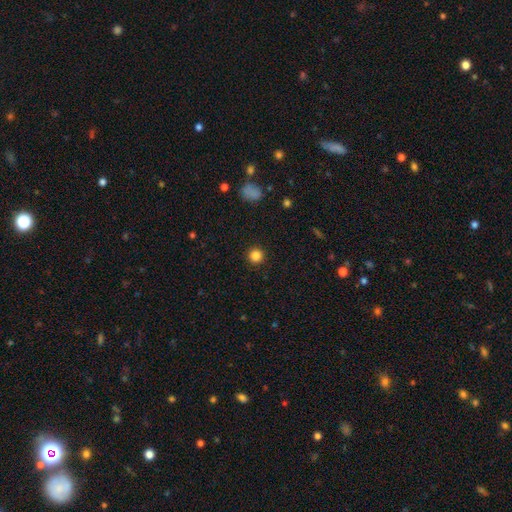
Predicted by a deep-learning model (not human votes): The model was most divided on "smooth or featured": smooth: 85%, star or artifact: 11%, featured or disk: 4%. More confident: how rounded — round (95%); merging — none (92%).